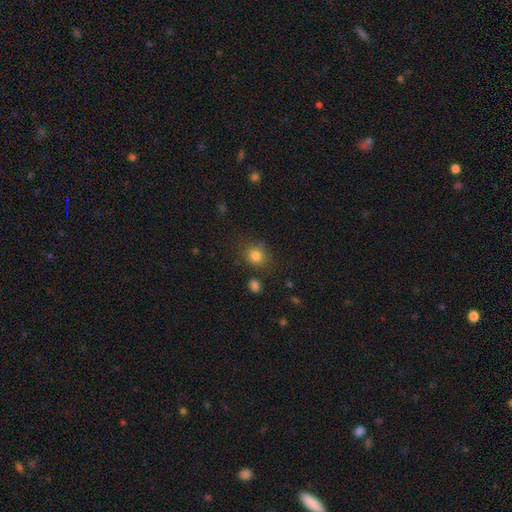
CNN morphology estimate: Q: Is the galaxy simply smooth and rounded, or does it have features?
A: smooth — 82%.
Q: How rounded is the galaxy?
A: round — 77%.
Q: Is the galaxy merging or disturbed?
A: none — 76%.